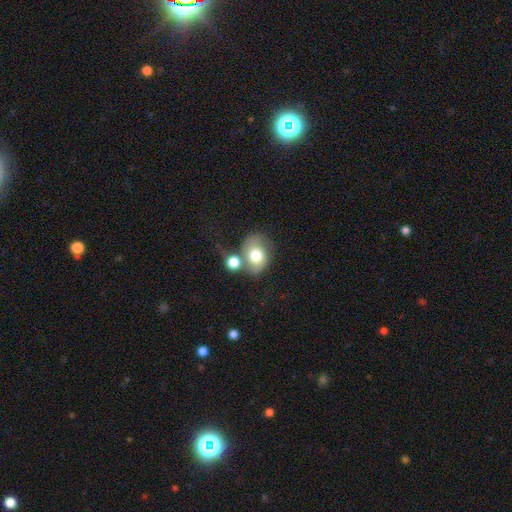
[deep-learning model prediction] Morphology: type=smooth (57%); roundness=in between (54%); merging=none (40%).